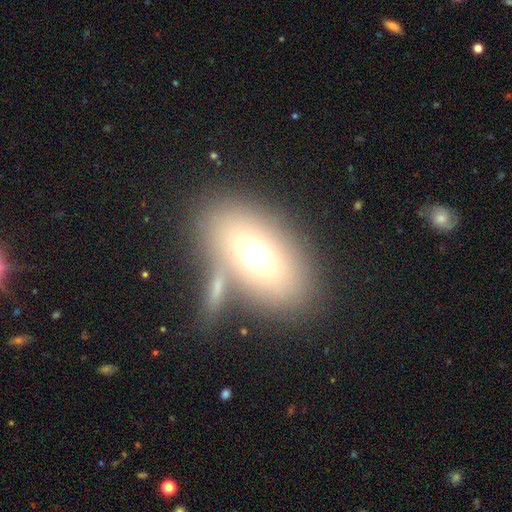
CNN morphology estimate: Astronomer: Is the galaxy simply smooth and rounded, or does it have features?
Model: smooth — 64%.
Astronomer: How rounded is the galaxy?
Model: in between — 78%.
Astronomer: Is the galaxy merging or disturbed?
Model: none — 59%.